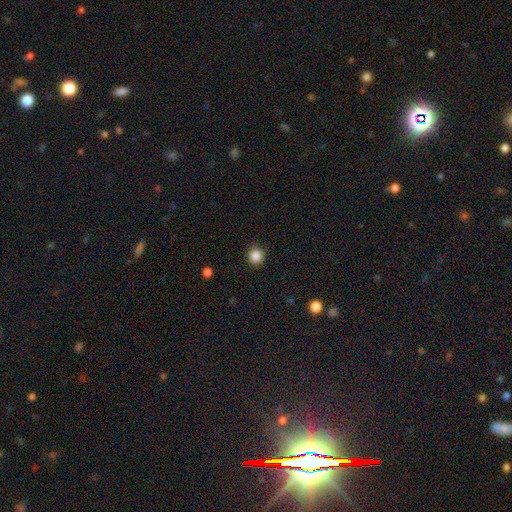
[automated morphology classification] smooth_or_featured: smooth (p=0.86) [alt: star or artifact p=0.11]
how_rounded: round (p=0.94) [alt: in between p=0.06]
merging: none (p=0.91) [alt: minor disturbance p=0.06]